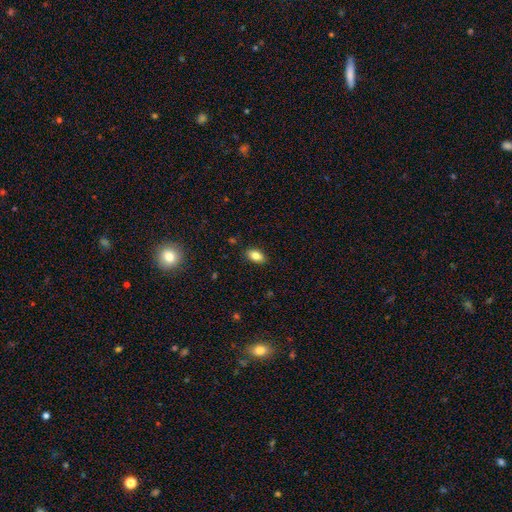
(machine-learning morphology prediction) The model was most divided on "smooth or featured": smooth: 81%, featured or disk: 11%, star or artifact: 8%. More confident: how rounded — in between (89%); merging — none (87%).